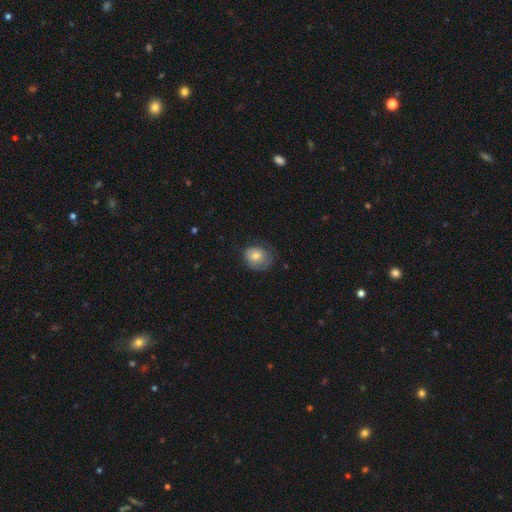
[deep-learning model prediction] Q: Smooth or featured?
A: smooth (71%); runner-up: featured or disk (21%)
Q: How rounded?
A: round (61%); runner-up: in between (39%)
Q: Merging?
A: none (56%); runner-up: minor disturbance (30%)